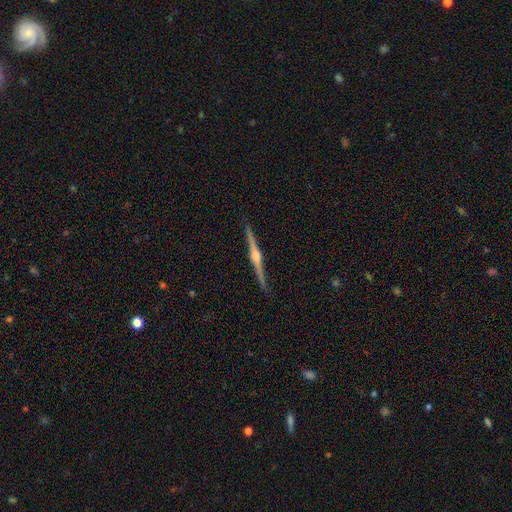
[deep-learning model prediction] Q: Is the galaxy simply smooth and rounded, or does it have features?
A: featured or disk — 88%.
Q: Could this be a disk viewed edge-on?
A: yes — 99%.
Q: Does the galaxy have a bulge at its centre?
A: rounded — 92%.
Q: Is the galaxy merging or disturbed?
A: none — 93%.